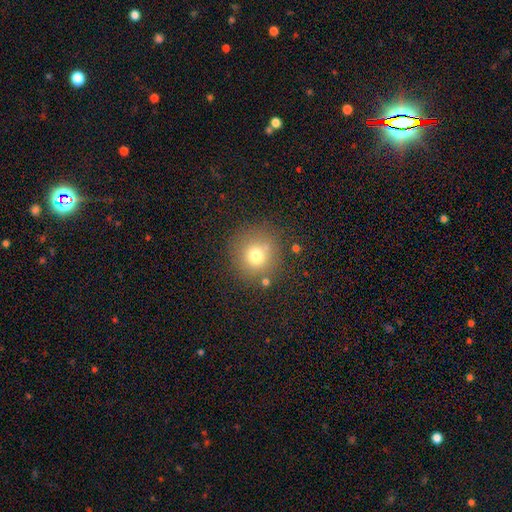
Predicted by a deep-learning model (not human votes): smooth 72%, star or artifact 16%, featured or disk 12%. Down the decision tree: how rounded — round (91%); merging — none (77%).